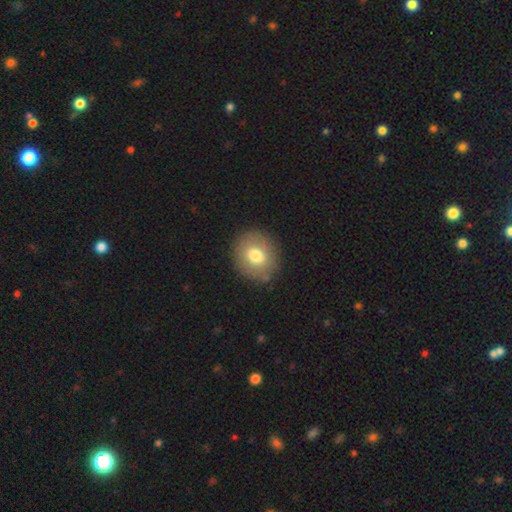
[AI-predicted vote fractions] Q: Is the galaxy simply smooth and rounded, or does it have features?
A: smooth — 70%.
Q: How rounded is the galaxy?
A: round — 71%.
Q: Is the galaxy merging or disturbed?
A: none — 85%.